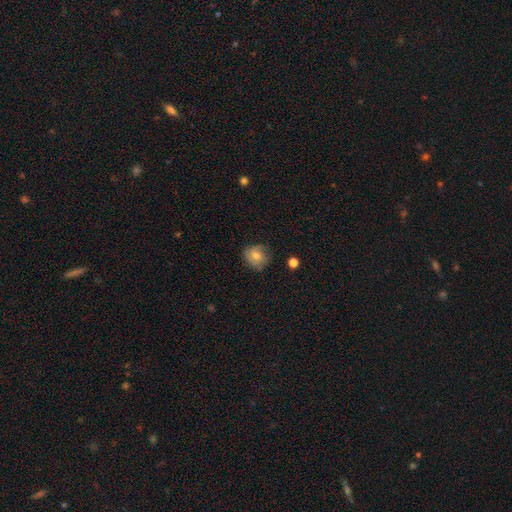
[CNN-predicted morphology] This appears to be a smooth galaxy with no disk features (60%) that is round (78%). Merging: none (73%).